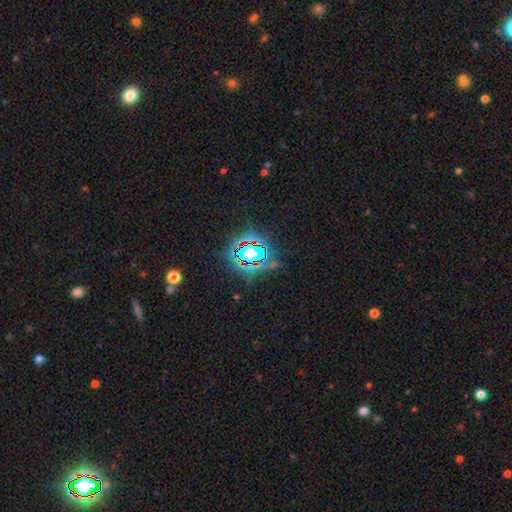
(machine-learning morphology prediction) smooth_or_featured: star or artifact (p=0.79) [alt: smooth p=0.12]